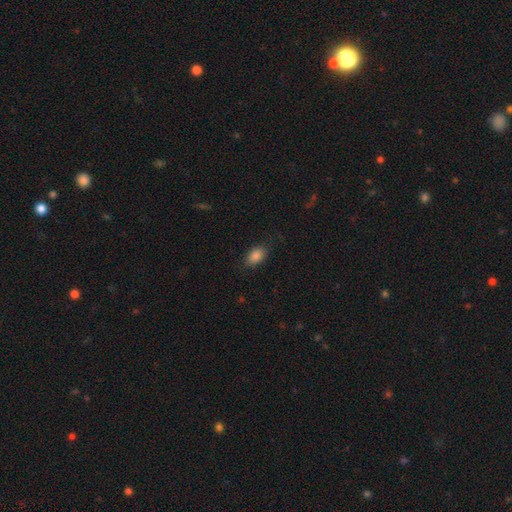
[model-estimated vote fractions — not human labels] Smooth or featured? smooth (87%)
How rounded? in between (88%)
Merging? none (79%)